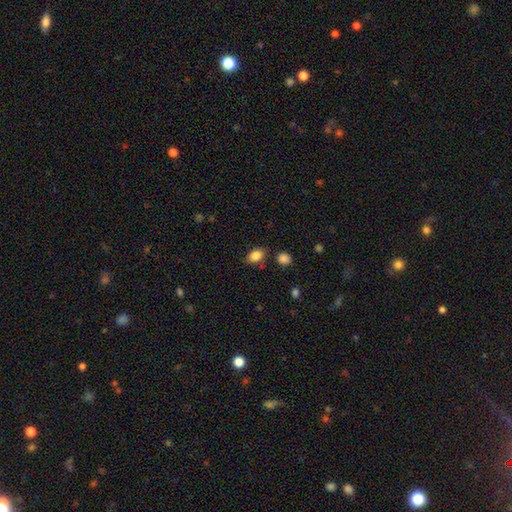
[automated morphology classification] This appears to be a smooth galaxy with no disk features (85%) that is in between round and cigar-shaped (80%). Merging: none (78%).